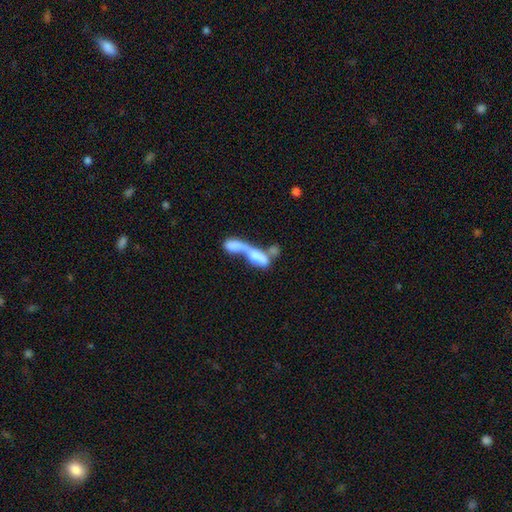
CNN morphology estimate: Smooth or featured? Predicted: smooth (p=0.53). How rounded? Predicted: in between (p=0.53). Merging? Predicted: merger (p=0.74).